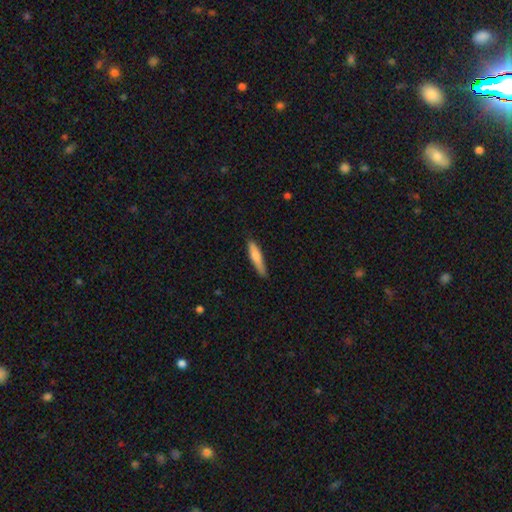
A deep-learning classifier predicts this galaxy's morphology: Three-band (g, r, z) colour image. It shows a smooth galaxy with no disk features (72%) that is cigar-shaped (86%). Merging: none (81%).